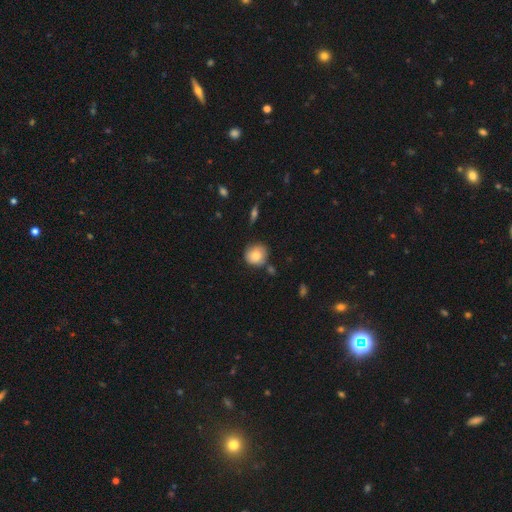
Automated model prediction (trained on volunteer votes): Morphology: type=smooth (82%); roundness=round (83%); merging=none (71%).